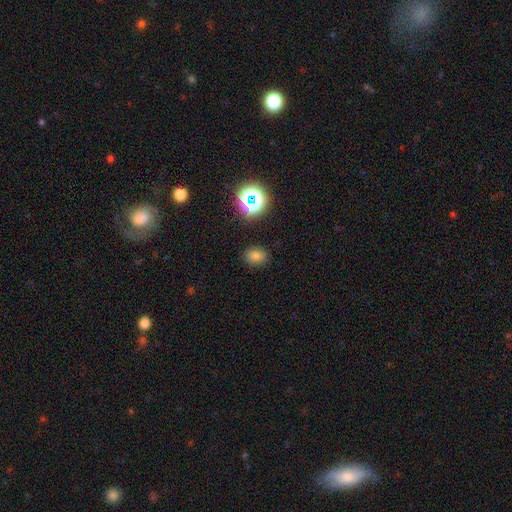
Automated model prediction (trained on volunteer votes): A smooth galaxy with no disk features (74%) that is in between round and cigar-shaped (60%).

Vote fractions:
- Smooth or featured? smooth: 74% / star or artifact: 19% / featured or disk: 7%
- How rounded? in between: 60% / round: 39% / cigar-shaped: 1%
- Merging? none: 86% / minor disturbance: 9% / major disturbance: 3% / merger: 2%